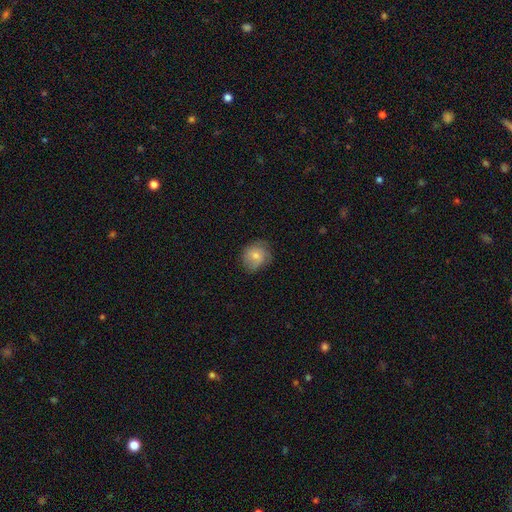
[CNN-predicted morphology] type=smooth (71%); roundness=round (75%); merging=none (67%).